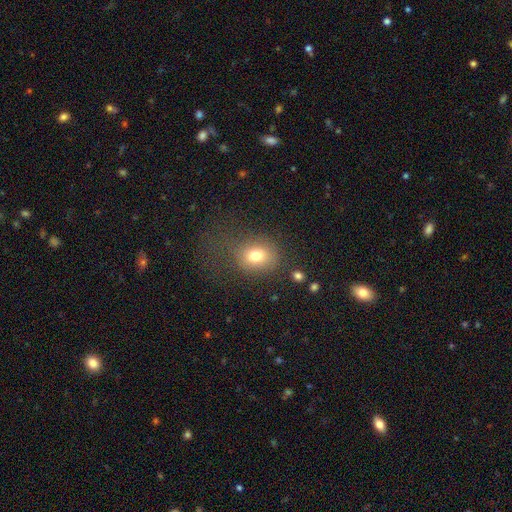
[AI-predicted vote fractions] This appears to be a smooth galaxy with no disk features (77%) that is round (52%). Merging: none (53%).